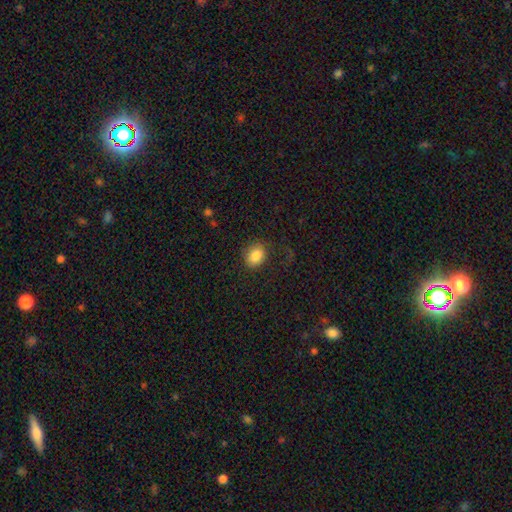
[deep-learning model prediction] smooth-or-featured: smooth: 85% | star or artifact: 9% | featured or disk: 6%
  how-rounded: in between: 60% | round: 39% | cigar-shaped: 1%
  merging: none: 72% | minor disturbance: 15% | major disturbance: 11% | merger: 2%